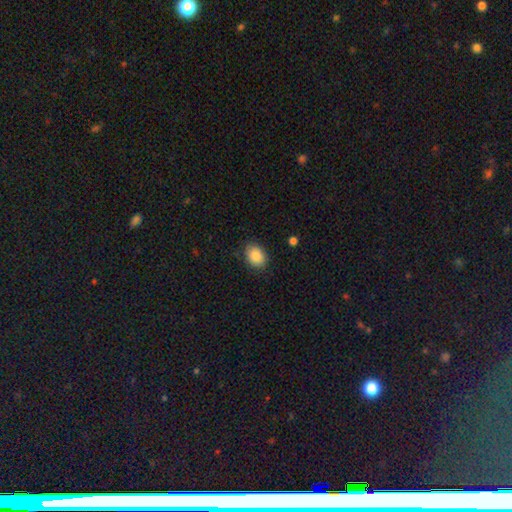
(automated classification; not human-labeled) A smooth galaxy with no disk features (88%) that is in between round and cigar-shaped (69%).

Vote fractions:
- Smooth or featured? smooth: 88% / star or artifact: 8% / featured or disk: 5%
- How rounded? in between: 69% / round: 30% / cigar-shaped: 1%
- Merging? none: 83% / minor disturbance: 13% / major disturbance: 3% / merger: 1%